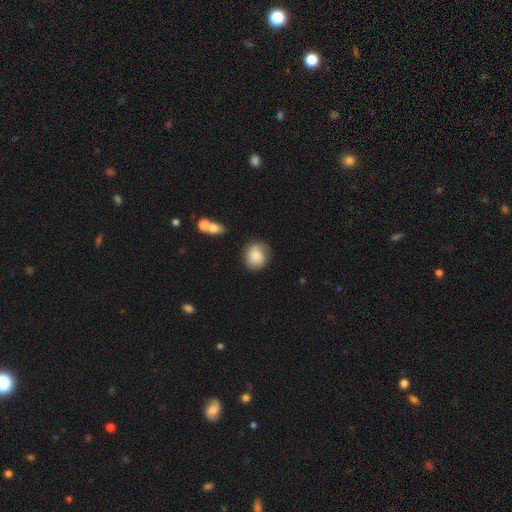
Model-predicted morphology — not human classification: This appears to be a smooth galaxy with no disk features (61%) that is round (73%). Merging: none (67%).